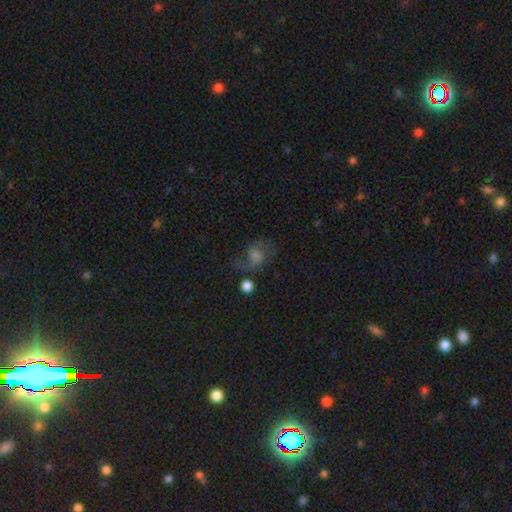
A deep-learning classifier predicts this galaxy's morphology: Smooth or featured? Predicted: featured or disk (p=0.55). Edge-on disk? Predicted: no (p=0.97). Bar? Predicted: no (p=0.58). Spiral arms? Predicted: yes (p=0.87). Bulge size? Predicted: moderate (p=0.35). Merging? Predicted: none (p=0.53).